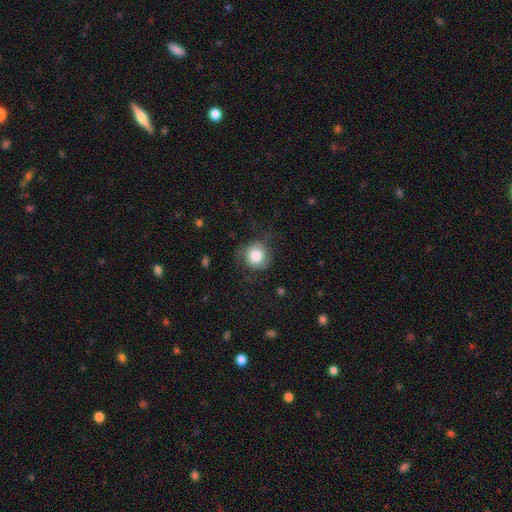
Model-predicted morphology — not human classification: Smooth or featured? smooth (77%)
How rounded? round (87%)
Merging? none (62%)